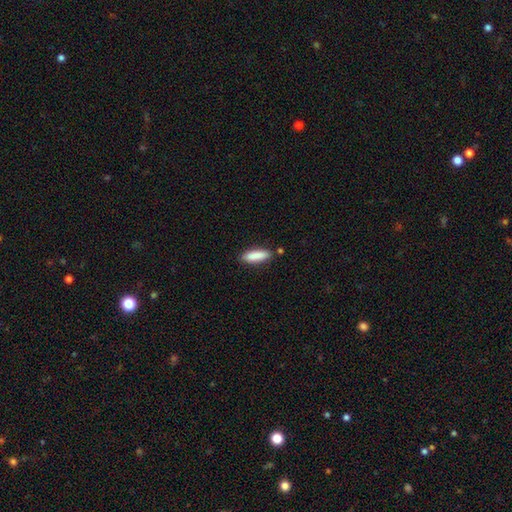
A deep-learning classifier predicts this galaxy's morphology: smooth_or_featured: smooth (p=0.87) [alt: featured or disk p=0.07]
how_rounded: cigar-shaped (p=0.59) [alt: in between p=0.39]
merging: none (p=0.83) [alt: minor disturbance p=0.11]